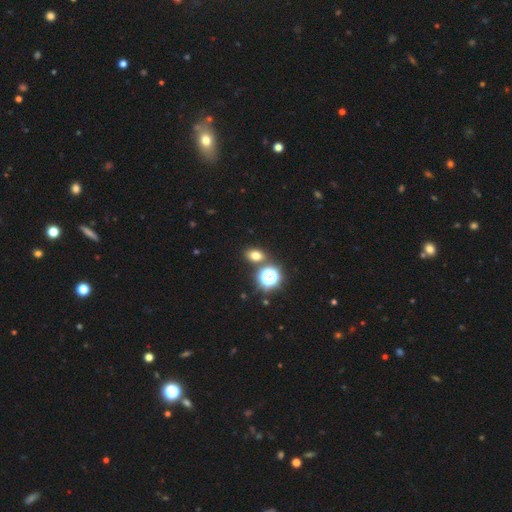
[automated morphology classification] Q: Smooth or featured?
A: smooth (69%); runner-up: star or artifact (23%)
Q: How rounded?
A: in between (63%); runner-up: round (36%)
Q: Merging?
A: none (79%); runner-up: merger (9%)